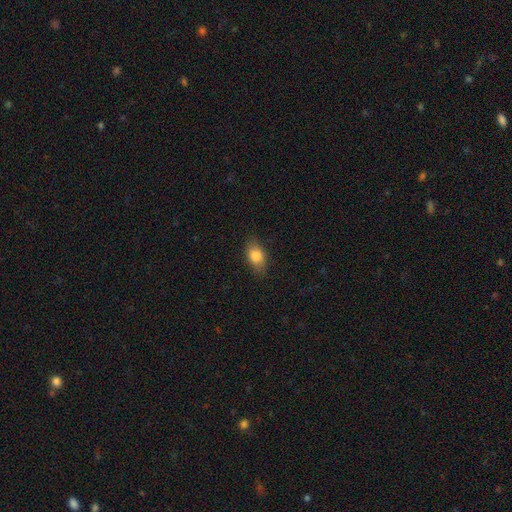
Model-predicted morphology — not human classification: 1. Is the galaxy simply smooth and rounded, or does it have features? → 82% smooth, 9% featured or disk, 8% star or artifact.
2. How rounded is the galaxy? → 83% in between, 13% round, 4% cigar-shaped.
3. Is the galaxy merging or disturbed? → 80% none, 15% minor disturbance, 4% major disturbance, 1% merger.